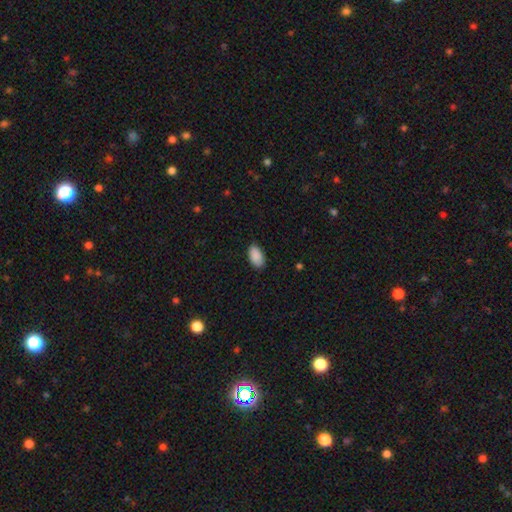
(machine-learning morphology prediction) This appears to be a smooth galaxy with no disk features (90%) that is in between round and cigar-shaped (95%). Merging: none (86%).